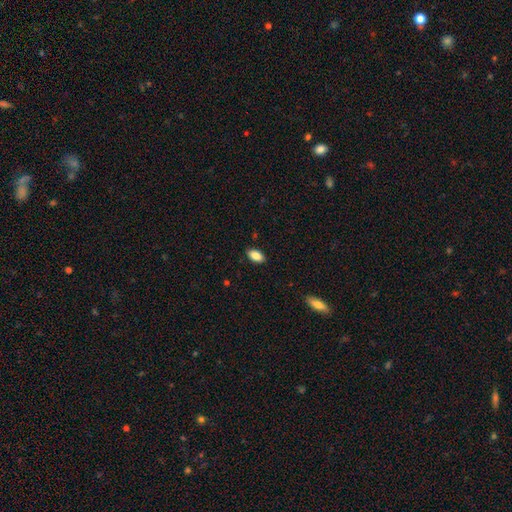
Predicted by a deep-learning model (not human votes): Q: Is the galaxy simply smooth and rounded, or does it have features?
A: smooth — 85%.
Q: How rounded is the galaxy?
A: in between — 92%.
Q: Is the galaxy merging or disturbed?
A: none — 88%.